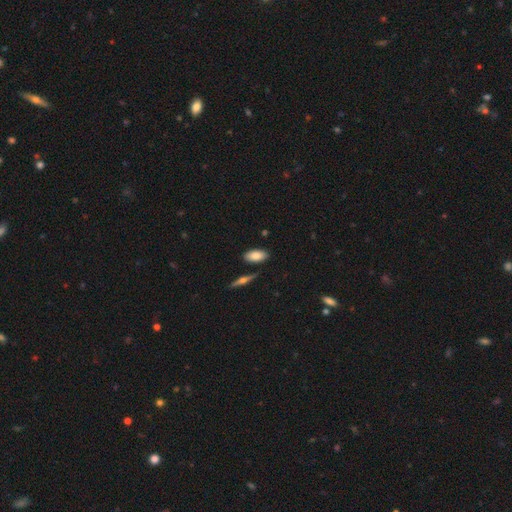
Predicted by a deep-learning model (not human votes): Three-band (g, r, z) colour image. It shows a smooth galaxy with no disk features (81%) that is in between round and cigar-shaped (90%). Merging: none (82%).